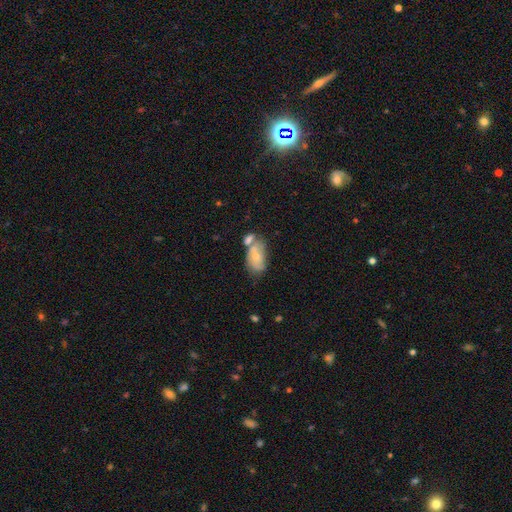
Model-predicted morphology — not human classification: smooth_or_featured: smooth (p=0.59) [alt: featured or disk p=0.33]
how_rounded: in between (p=0.91) [alt: round p=0.07]
merging: merger (p=0.38) [alt: none p=0.32]